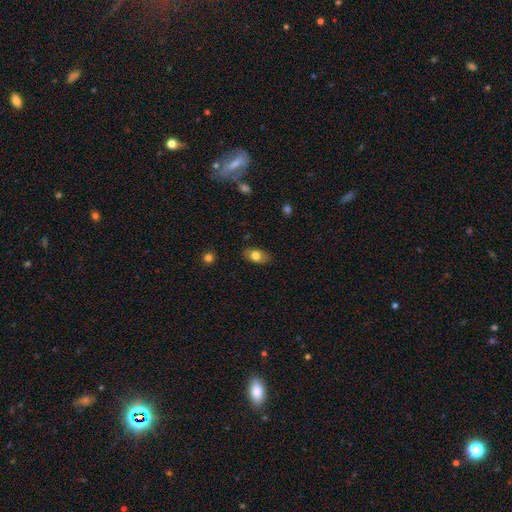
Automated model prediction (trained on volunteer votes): This is likely a smooth galaxy (75%). How rounded: clearly in between (87%). Merging: clearly none (83%).